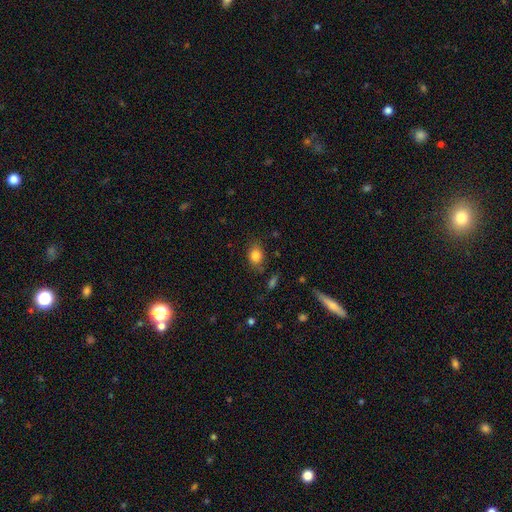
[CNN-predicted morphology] Overall: smooth (83%). How rounded: in between (63%; round 35%). Merging: none (77%).